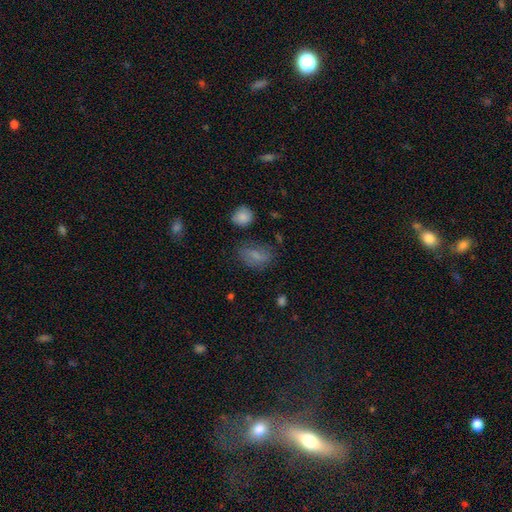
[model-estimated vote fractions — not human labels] This is likely a smooth galaxy (65%). How rounded: clearly in between (81%). Merging: likely none (67%).